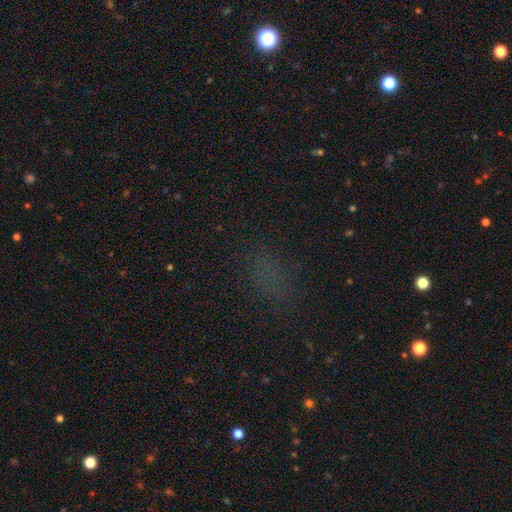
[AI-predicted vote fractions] Overall: smooth (46%; star or artifact 43%). Merging: none (77%).